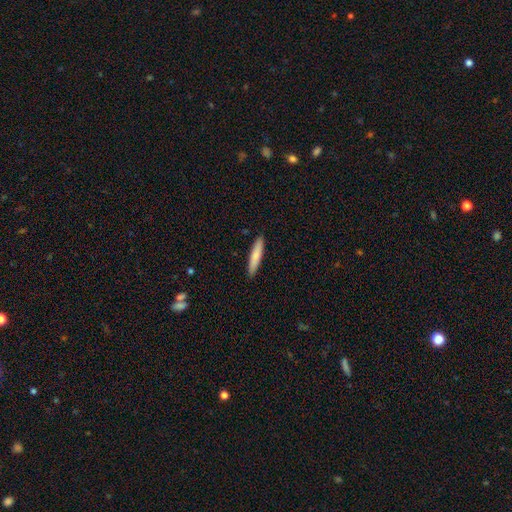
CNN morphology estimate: Overall: smooth (79%). How rounded: cigar-shaped (88%). Merging: none (91%).